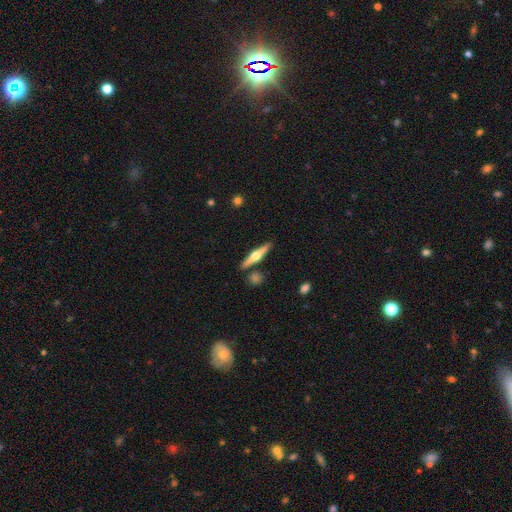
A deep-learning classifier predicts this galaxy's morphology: type=featured or disk (65%); edge-on=yes (97%); edge-on bulge=rounded (94%); merging=none (85%).